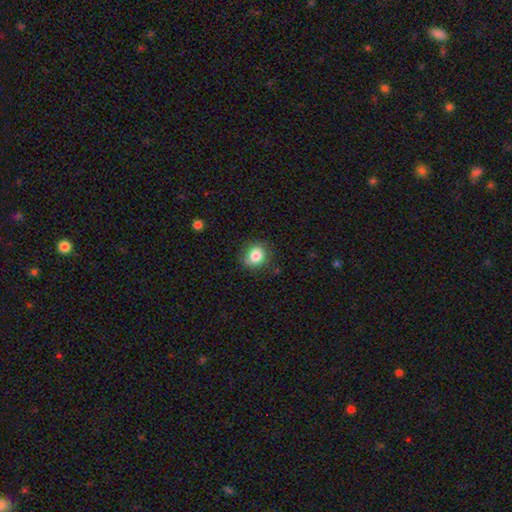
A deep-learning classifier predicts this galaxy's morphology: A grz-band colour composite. It shows a smooth galaxy with no disk features (83%) that is round (73%). Merging: none (79%).